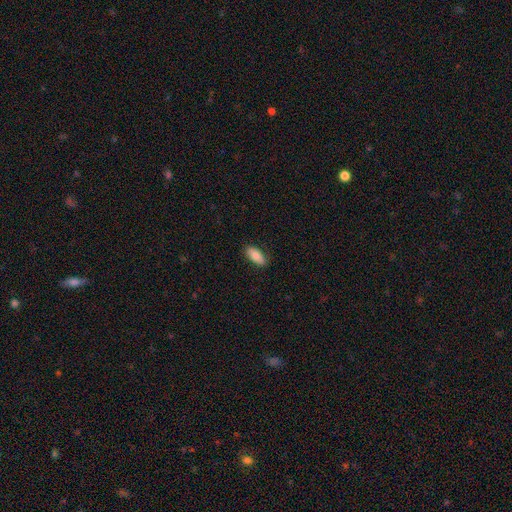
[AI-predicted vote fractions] smooth 82%, featured or disk 12%, star or artifact 6%. Down the decision tree: how rounded — in between (84%); merging — none (87%).